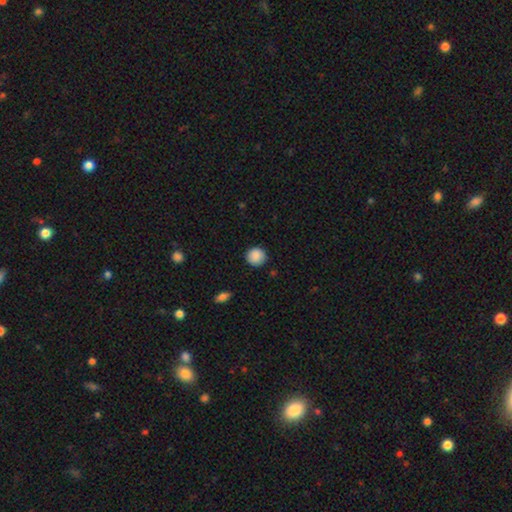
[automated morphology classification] Smooth or featured: smooth — 89% (star or artifact — 8%)
How rounded: round — 93% (in between — 6%)
Merging: none — 89% (minor disturbance — 8%)